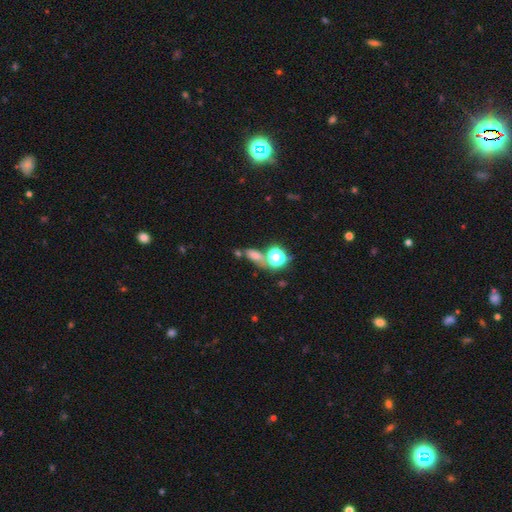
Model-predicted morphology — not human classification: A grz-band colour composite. It shows a smooth galaxy with no disk features (64%) that is in between round and cigar-shaped (63%). Merging: none (53%).